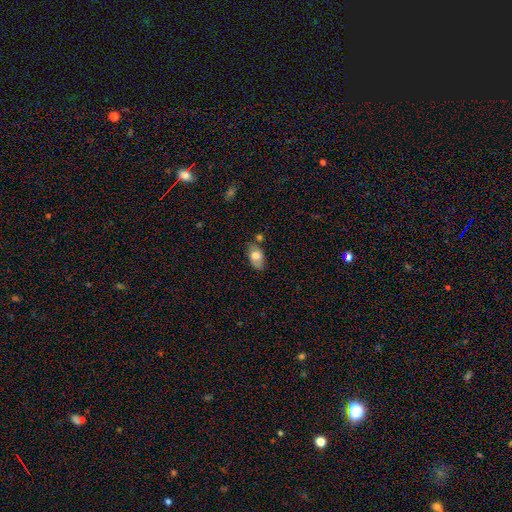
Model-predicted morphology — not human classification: smooth 73%, featured or disk 19%, star or artifact 8%. Down the decision tree: how rounded — in between (90%); merging — none (59%).